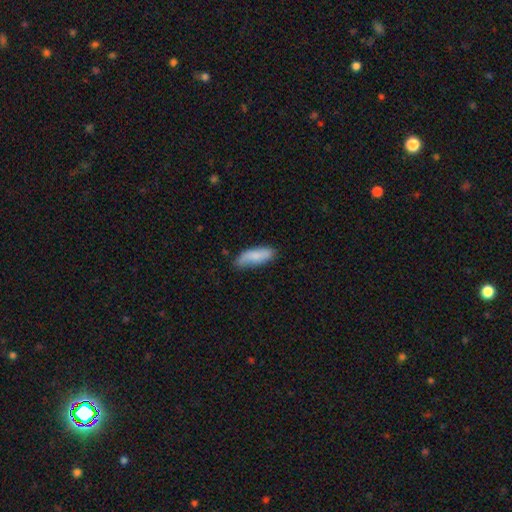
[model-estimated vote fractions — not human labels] smooth-or-featured: smooth: 80% | featured or disk: 14% | star or artifact: 6%
  how-rounded: in between: 63% | cigar-shaped: 35% | round: 2%
  merging: none: 69% | minor disturbance: 25% | major disturbance: 5% | merger: 2%